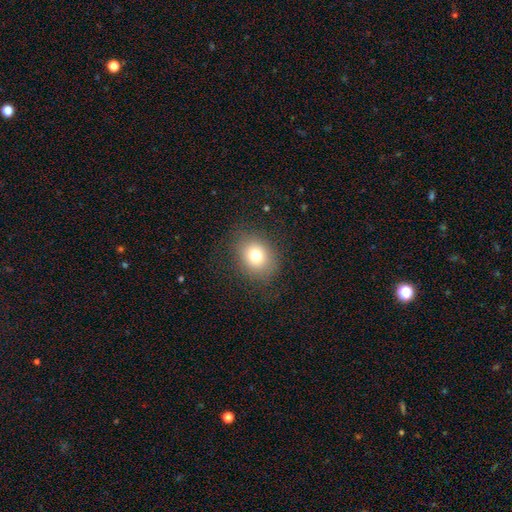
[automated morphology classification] Smooth or featured?
  - smooth: 74% *
  - star or artifact: 13%
  - featured or disk: 12%
How rounded?
  - round: 60% *
  - in between: 39%
  - cigar-shaped: 1%
Merging?
  - none: 81% *
  - minor disturbance: 12%
  - major disturbance: 6%
  - merger: 1%